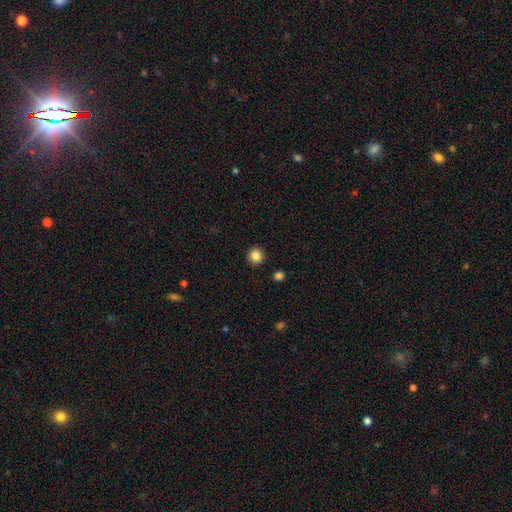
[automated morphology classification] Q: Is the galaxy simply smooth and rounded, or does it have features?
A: smooth — 86%.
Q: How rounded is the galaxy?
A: round — 93%.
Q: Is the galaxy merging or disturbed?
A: none — 92%.